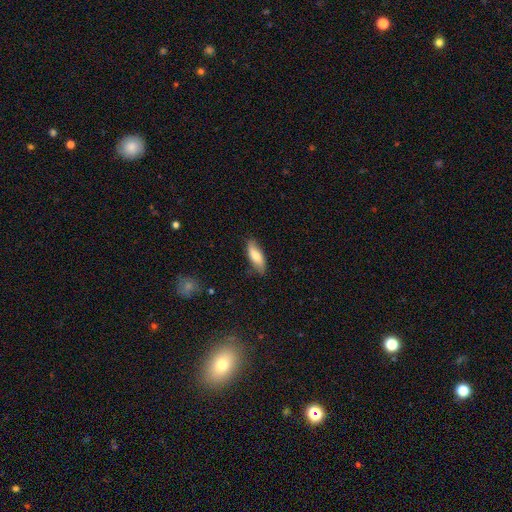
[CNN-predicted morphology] smooth_or_featured: smooth (p=0.75) [alt: featured or disk p=0.19]
how_rounded: in between (p=0.67) [alt: cigar-shaped p=0.31]
merging: none (p=0.78) [alt: minor disturbance p=0.18]